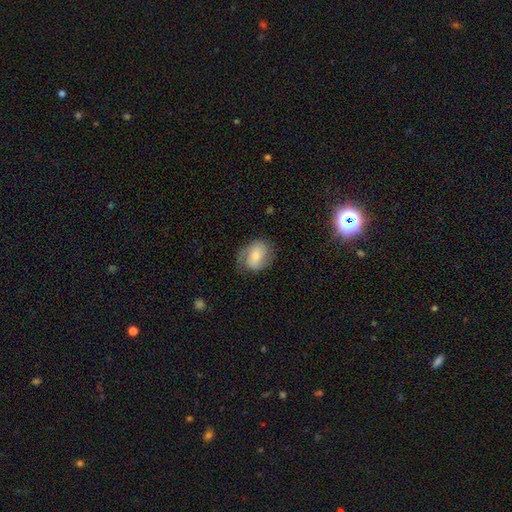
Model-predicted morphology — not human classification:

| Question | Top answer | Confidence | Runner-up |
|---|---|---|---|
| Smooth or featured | featured or disk | 48% | smooth (45%) |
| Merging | none | 62% | minor disturbance (24%) |